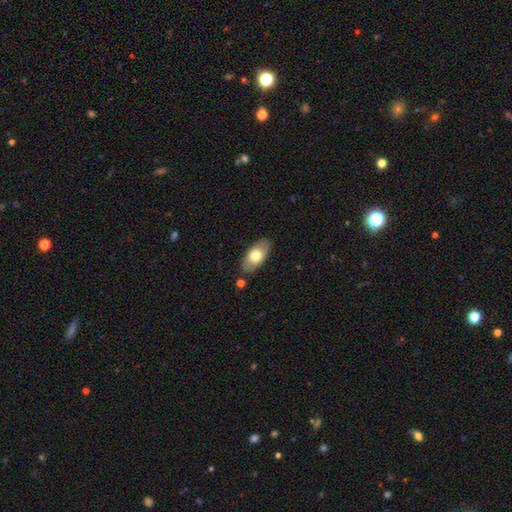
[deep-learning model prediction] Q: Smooth or featured?
A: smooth (70%); runner-up: featured or disk (24%)
Q: How rounded?
A: in between (91%); runner-up: cigar-shaped (6%)
Q: Merging?
A: none (84%); runner-up: minor disturbance (11%)